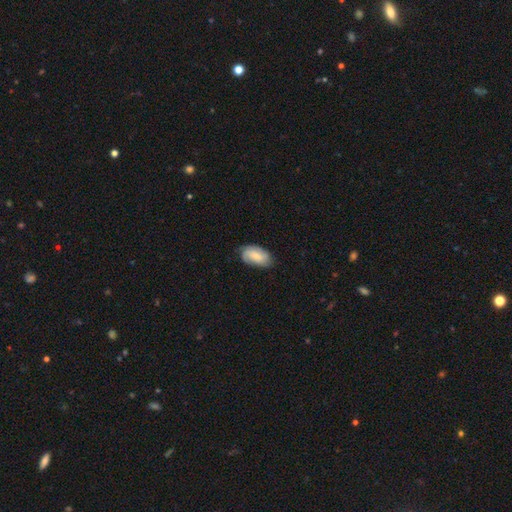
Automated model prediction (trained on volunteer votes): smooth-or-featured: smooth: 56% | featured or disk: 37% | star or artifact: 7%
  how-rounded: in between: 92% | round: 5% | cigar-shaped: 3%
  merging: none: 74% | minor disturbance: 21% | major disturbance: 5% | merger: 1%